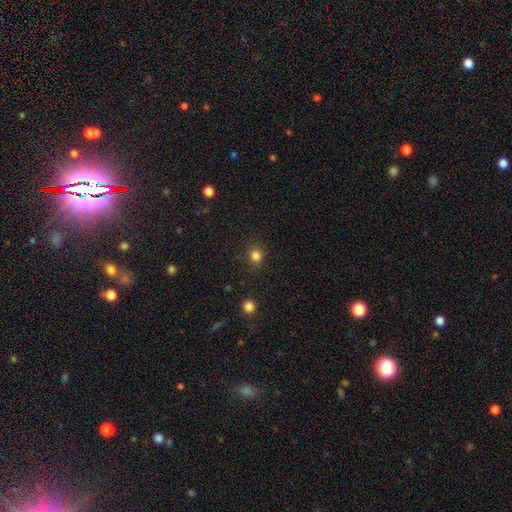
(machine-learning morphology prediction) The model was most divided on "how rounded": round: 78%, in between: 21%, cigar-shaped: 1%. More confident: merging — none (87%); smooth or featured — smooth (83%).